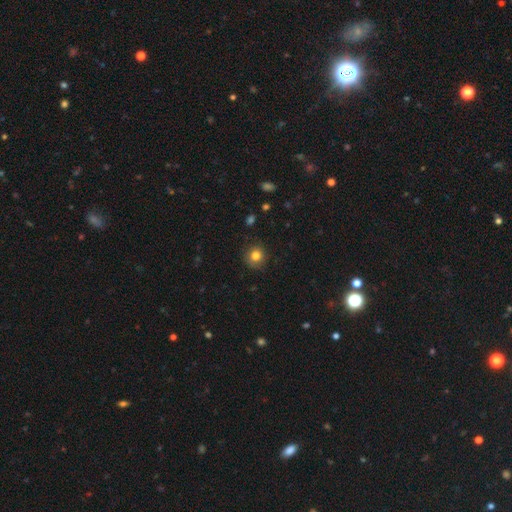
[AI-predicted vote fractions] smooth-or-featured: smooth: 81% | star or artifact: 12% | featured or disk: 7%
  how-rounded: round: 92% | in between: 7% | cigar-shaped: 1%
  merging: none: 88% | minor disturbance: 9% | major disturbance: 2% | merger: 1%